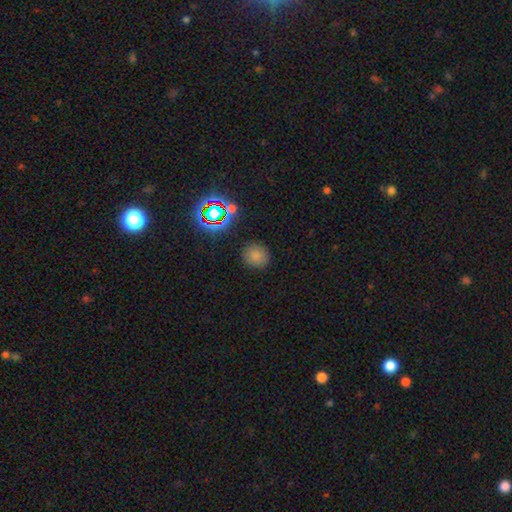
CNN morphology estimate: Q: Smooth or featured?
A: smooth (74%); runner-up: star or artifact (19%)
Q: How rounded?
A: round (89%); runner-up: in between (10%)
Q: Merging?
A: none (87%); runner-up: minor disturbance (8%)